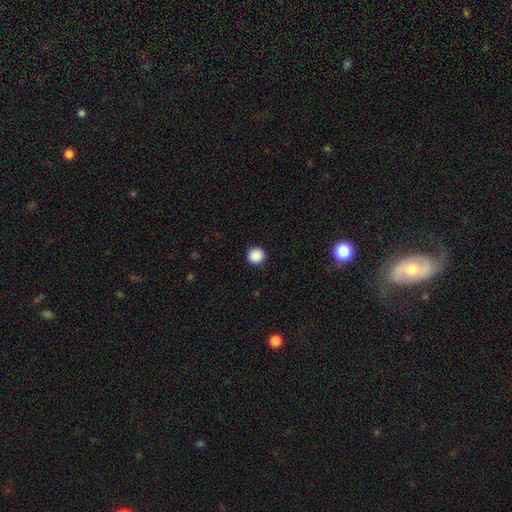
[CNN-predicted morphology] Smooth or featured?
  - smooth: 89% *
  - star or artifact: 9%
  - featured or disk: 2%
How rounded?
  - round: 94% *
  - in between: 5%
  - cigar-shaped: 1%
Merging?
  - none: 92% *
  - minor disturbance: 5%
  - major disturbance: 2%
  - merger: 1%